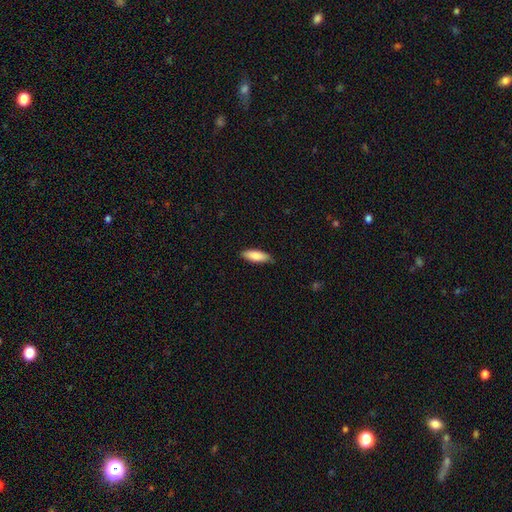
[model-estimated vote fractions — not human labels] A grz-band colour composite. It shows a smooth galaxy with no disk features (85%) that is in between round and cigar-shaped (56%). Merging: none (84%).